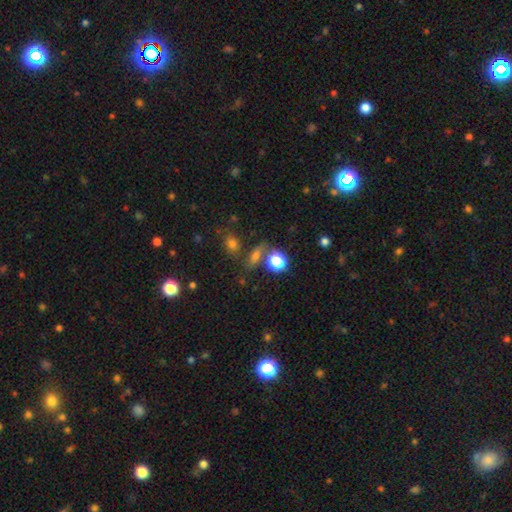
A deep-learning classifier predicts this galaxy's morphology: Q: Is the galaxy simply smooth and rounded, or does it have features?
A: smooth — 61%.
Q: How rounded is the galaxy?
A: in between — 55%.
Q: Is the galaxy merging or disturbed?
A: none — 68%.